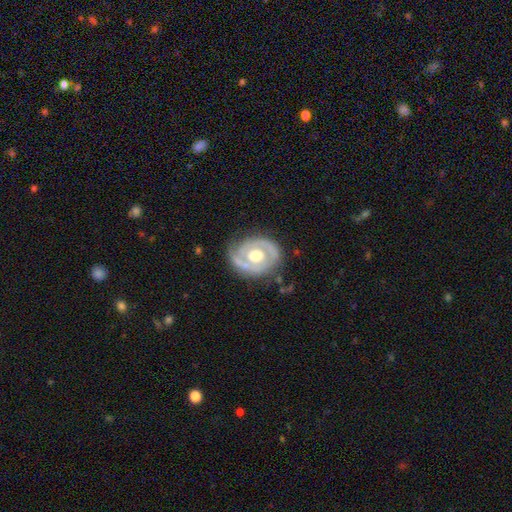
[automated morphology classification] This appears to be a featured or disk galaxy (72%) with no bar (80%), spiral arms (51%) and a moderate central bulge (65%). Merging: none (67%).